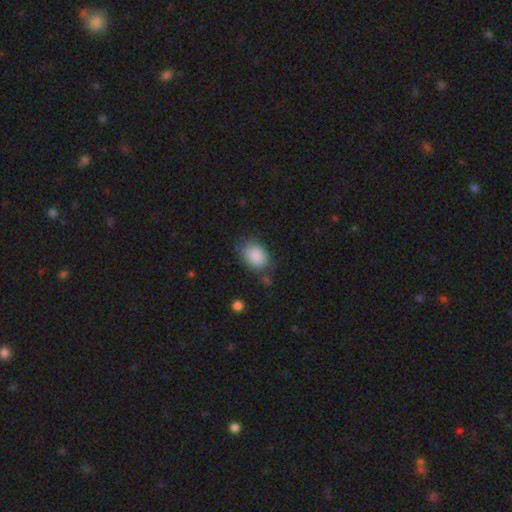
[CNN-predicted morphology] smooth-or-featured: smooth: 87% | star or artifact: 7% | featured or disk: 6%
  how-rounded: in between: 75% | round: 24% | cigar-shaped: 1%
  merging: none: 64% | minor disturbance: 25% | major disturbance: 7% | merger: 4%